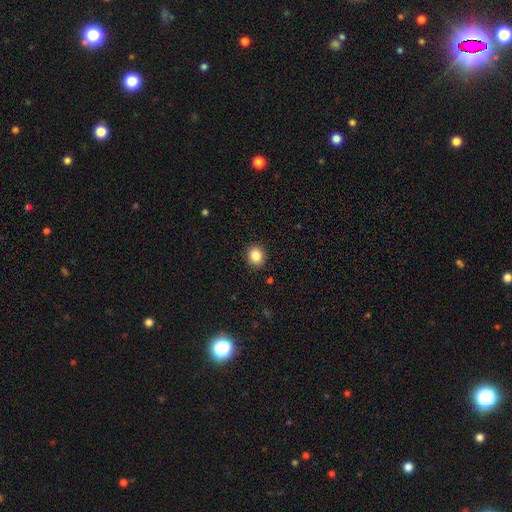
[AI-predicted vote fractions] Q: Smooth or featured?
A: smooth (84%); runner-up: star or artifact (10%)
Q: How rounded?
A: round (80%); runner-up: in between (19%)
Q: Merging?
A: none (92%); runner-up: minor disturbance (6%)